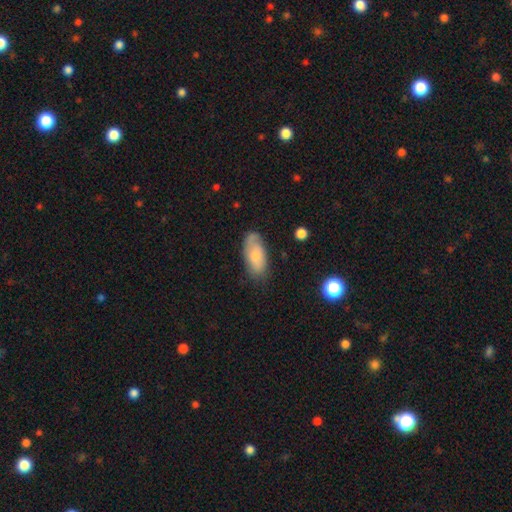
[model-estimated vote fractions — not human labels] This appears to be a smooth galaxy with no disk features (65%) that is in between round and cigar-shaped (90%). Merging: none (69%).